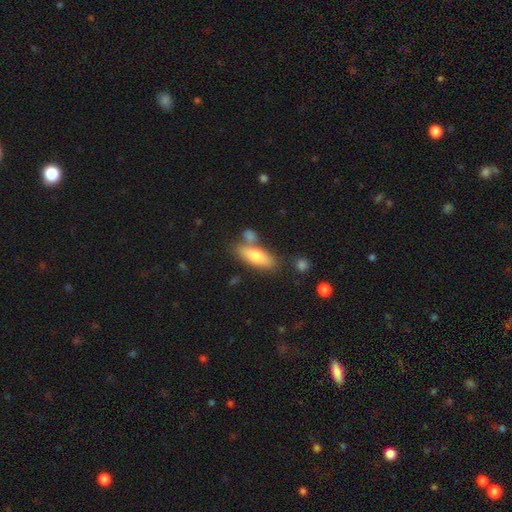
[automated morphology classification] Smooth or featured? smooth (72%)
How rounded? in between (55%)
Merging? none (67%)